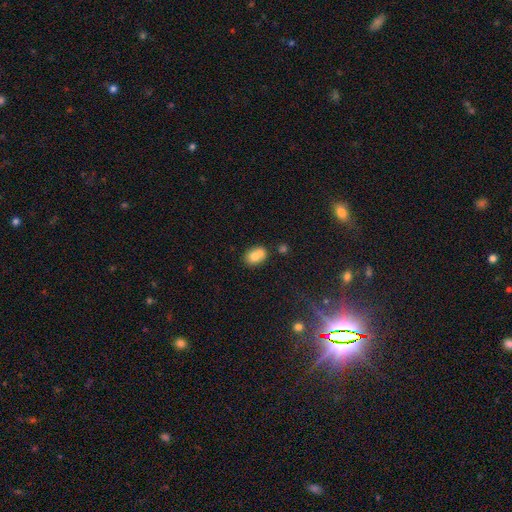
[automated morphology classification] smooth-or-featured: smooth: 72% | featured or disk: 19% | star or artifact: 9%
  how-rounded: in between: 56% | round: 43% | cigar-shaped: 1%
  merging: merger: 47% | none: 38% | minor disturbance: 12% | major disturbance: 4%